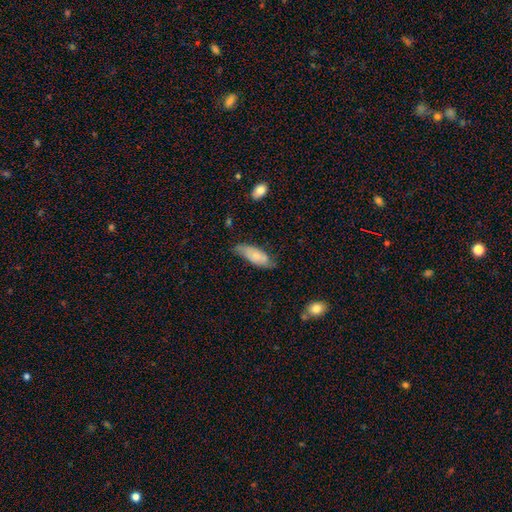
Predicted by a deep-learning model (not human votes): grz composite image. It shows a smooth galaxy with no disk features (62%) that is in between round and cigar-shaped (75%). Merging: none (57%).